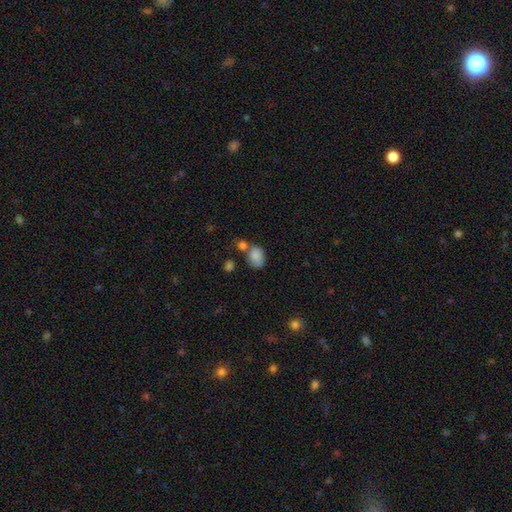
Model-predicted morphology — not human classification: Smooth or featured? Predicted: smooth (p=0.82). How rounded? Predicted: in between (p=0.70). Merging? Predicted: none (p=0.41).